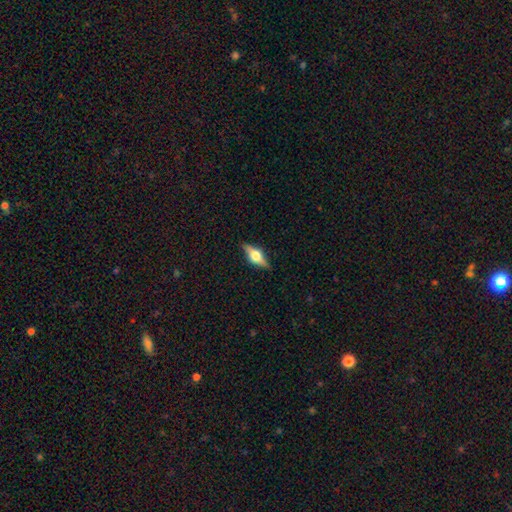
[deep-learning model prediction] Smooth or featured?
  - featured or disk: 68% *
  - smooth: 25%
  - star or artifact: 7%
Edge-on disk?
  - yes: 96% *
  - no: 4%
Edge-on bulge?
  - rounded: 94% *
  - boxy: 5%
  - none: 1%
Merging?
  - none: 87% *
  - minor disturbance: 9%
  - major disturbance: 2%
  - merger: 1%